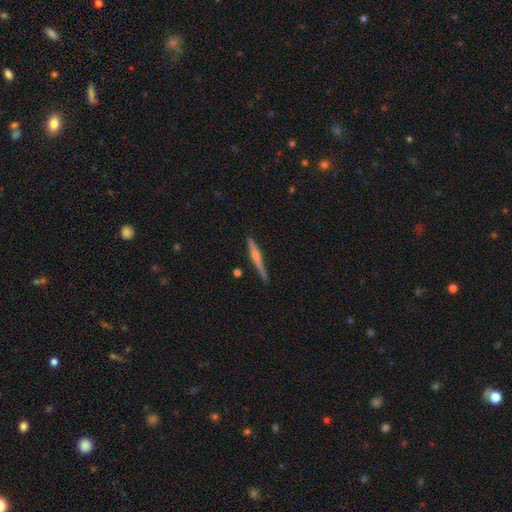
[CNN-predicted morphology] smooth-or-featured: featured or disk: 67% | smooth: 27% | star or artifact: 6%
  disk-edge-on: yes: 98% | no: 2%
    edge-on-bulge: rounded: 78% | none: 11% | boxy: 11%
  merging: none: 85% | minor disturbance: 11% | major disturbance: 2% | merger: 2%